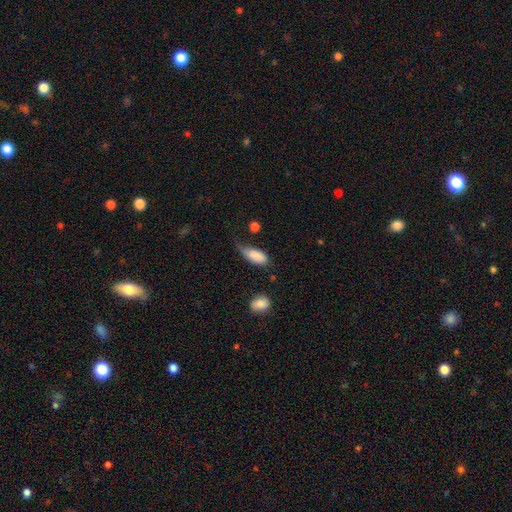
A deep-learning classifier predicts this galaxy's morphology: Smooth or featured? Predicted: smooth (p=0.84). How rounded? Predicted: in between (p=0.88). Merging? Predicted: minor disturbance (p=0.40).